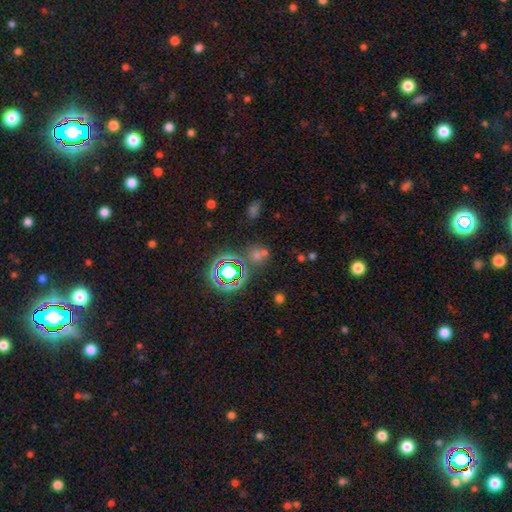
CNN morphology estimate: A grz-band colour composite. It shows a star or artifact, not a galaxy (57%).